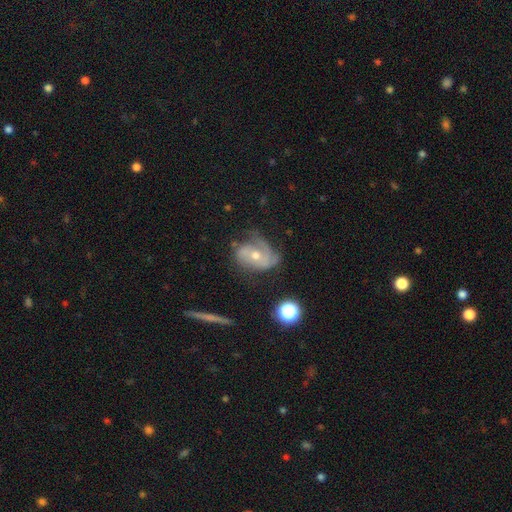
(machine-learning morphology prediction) Overall: featured or disk (77%). Edge-on disk: no (95%). Bar: no (68%). Spiral arms: yes (89%). Spiral arm count: 2 (34%; can't tell 23%). Spiral winding: tight (40%; medium 39%). Bulge size: moderate (60%; small 36%). Merging: none (49%; minor disturbance 27%).